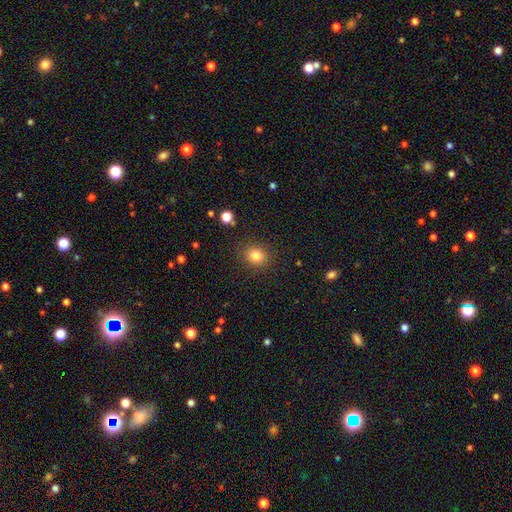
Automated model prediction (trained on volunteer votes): The model was most divided on "how rounded": round: 75%, in between: 24%, cigar-shaped: 1%. More confident: merging — none (88%); smooth or featured — smooth (82%).